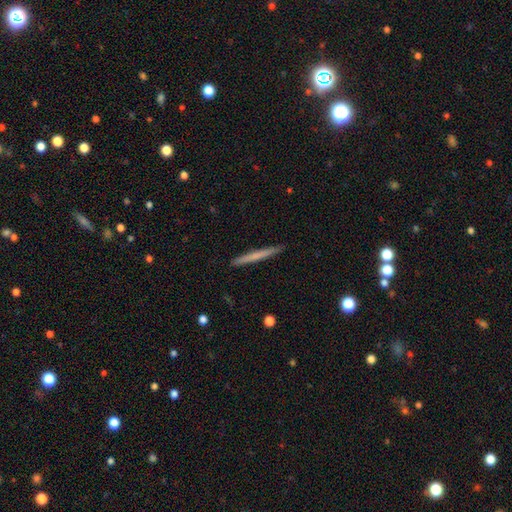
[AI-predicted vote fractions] A smooth galaxy with no disk features (60%) that is cigar-shaped (97%).

Vote fractions:
- Smooth or featured? smooth: 60% / featured or disk: 35% / star or artifact: 6%
- How rounded? cigar-shaped: 97% / in between: 2% / round: 1%
- Merging? none: 91% / minor disturbance: 6% / major disturbance: 1% / merger: 1%